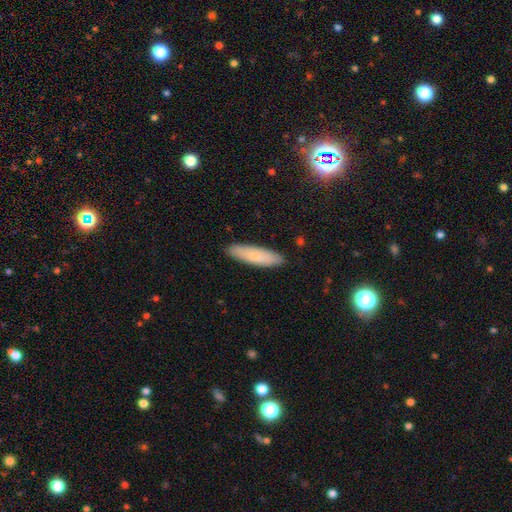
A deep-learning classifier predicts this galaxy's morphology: smooth 77%, featured or disk 17%, star or artifact 6%. Down the decision tree: how rounded — cigar-shaped (68%); merging — none (89%).